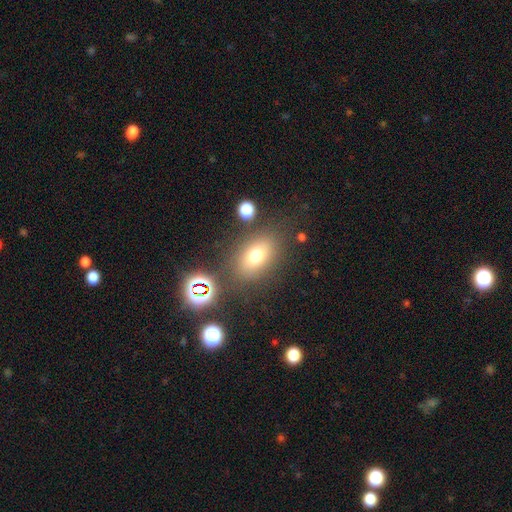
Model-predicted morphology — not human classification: This is likely a smooth galaxy (71%). How rounded: likely in between (74%). Merging: likely none (77%).